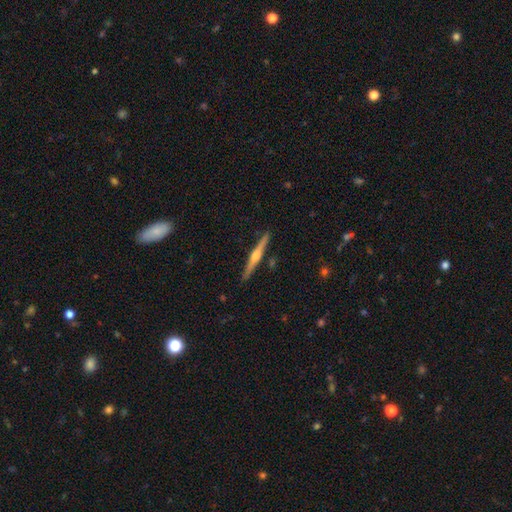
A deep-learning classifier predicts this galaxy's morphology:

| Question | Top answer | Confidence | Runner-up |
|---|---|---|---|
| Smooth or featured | featured or disk | 76% | smooth (19%) |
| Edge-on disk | yes | 98% | no (2%) |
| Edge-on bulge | rounded | 92% | none (5%) |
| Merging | none | 91% | minor disturbance (6%) |